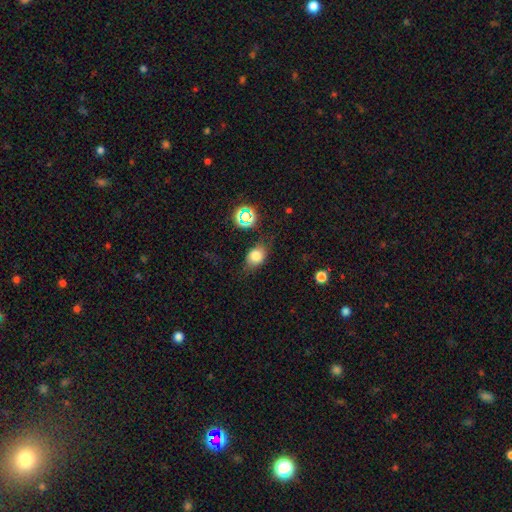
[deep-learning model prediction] A smooth galaxy with no disk features (74%) that is in between round and cigar-shaped (66%). Merging: none (67%).